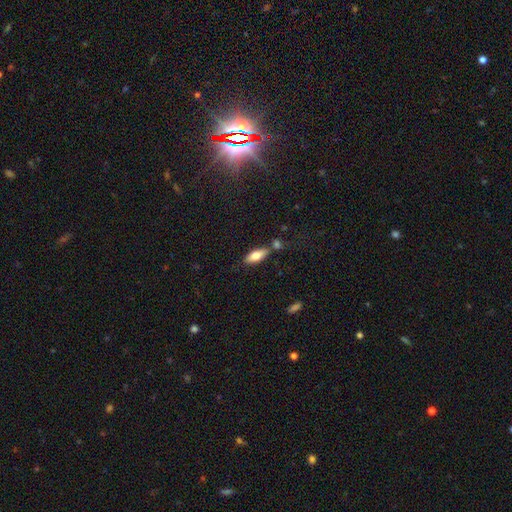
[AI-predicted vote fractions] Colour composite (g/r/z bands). It shows a smooth galaxy with no disk features (71%) that is in between round and cigar-shaped (71%). Merging: none (64%).